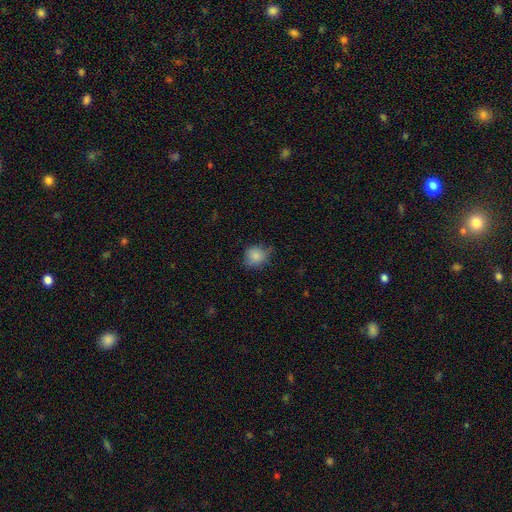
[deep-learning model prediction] Smooth or featured? Predicted: smooth (p=0.82). How rounded? Predicted: round (p=0.75). Merging? Predicted: none (p=0.61).